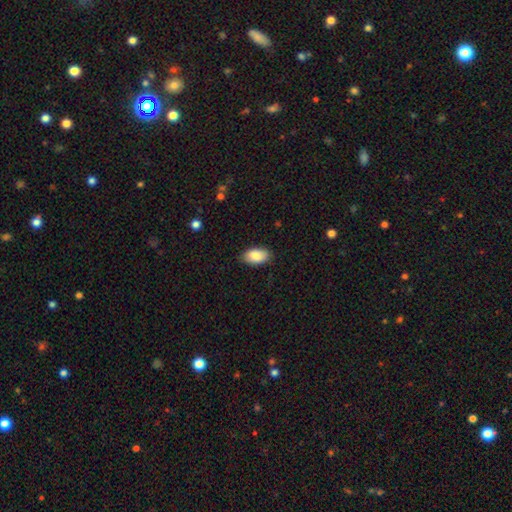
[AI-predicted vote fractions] This appears to be a smooth galaxy with no disk features (87%) that is in between round and cigar-shaped (94%). Merging: none (85%).